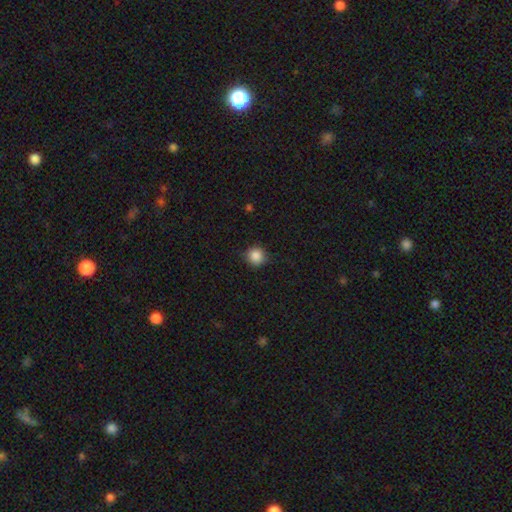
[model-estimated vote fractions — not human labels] Morphology: type=smooth (87%); roundness=round (94%); merging=none (88%).